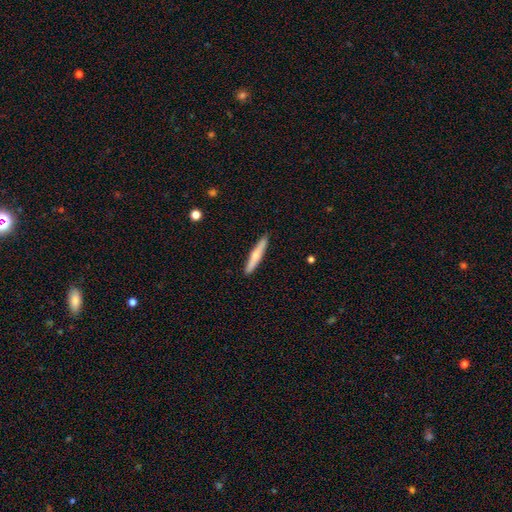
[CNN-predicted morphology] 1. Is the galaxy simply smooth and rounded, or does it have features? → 61% smooth, 34% featured or disk, 5% star or artifact.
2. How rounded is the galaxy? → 93% cigar-shaped, 5% in between, 1% round.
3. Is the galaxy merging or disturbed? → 91% none, 7% minor disturbance, 1% major disturbance, 1% merger.